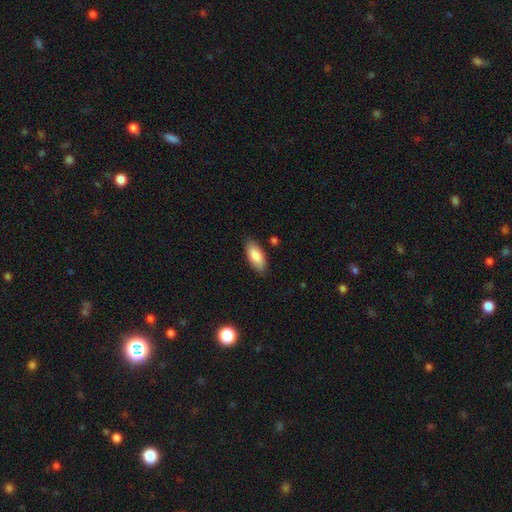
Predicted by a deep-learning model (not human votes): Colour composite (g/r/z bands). It shows a smooth galaxy with no disk features (86%) that is in between round and cigar-shaped (87%). Merging: none (84%).